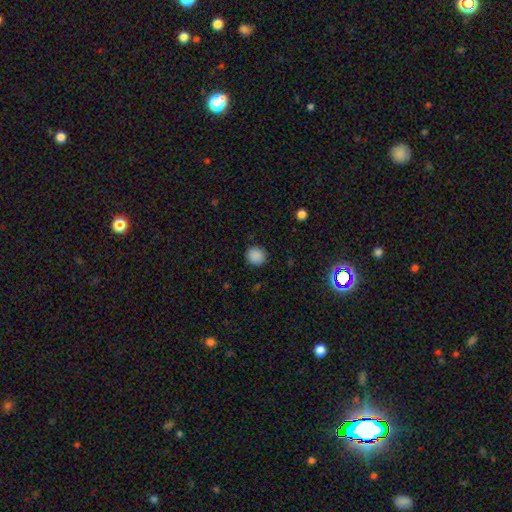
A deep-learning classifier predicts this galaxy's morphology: Overall: smooth (88%). How rounded: round (88%). Merging: none (89%).